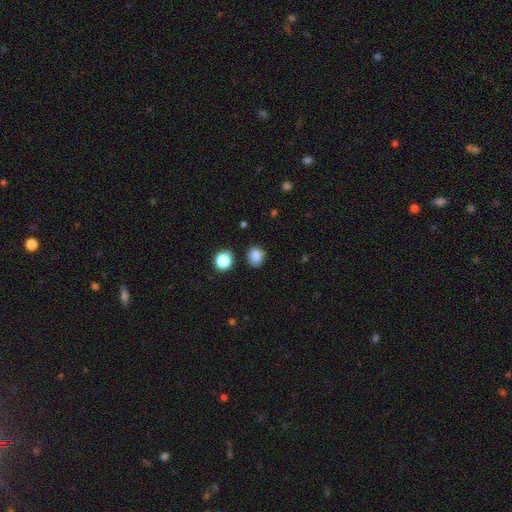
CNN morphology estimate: smooth-or-featured: smooth: 83% | star or artifact: 12% | featured or disk: 6%
  how-rounded: round: 70% | in between: 29% | cigar-shaped: 1%
  merging: none: 78% | minor disturbance: 15% | merger: 4% | major disturbance: 4%